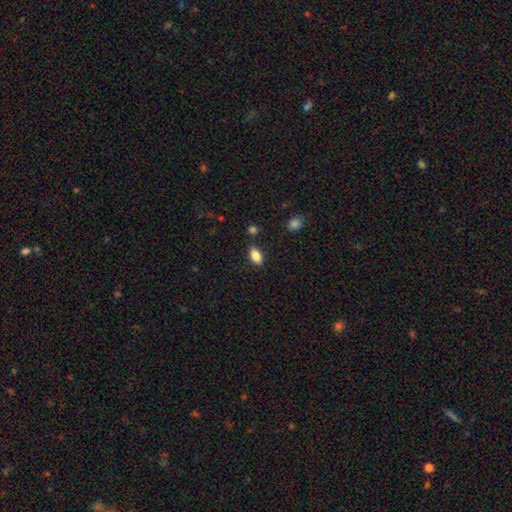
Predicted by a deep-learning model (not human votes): Q: Smooth or featured?
A: smooth (85%); runner-up: star or artifact (8%)
Q: How rounded?
A: in between (90%); runner-up: cigar-shaped (5%)
Q: Merging?
A: none (83%); runner-up: minor disturbance (11%)